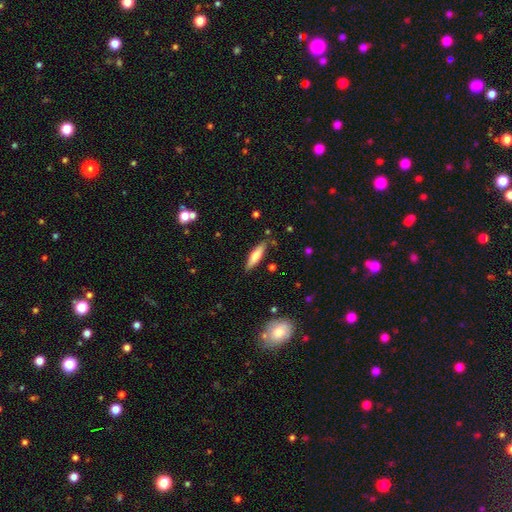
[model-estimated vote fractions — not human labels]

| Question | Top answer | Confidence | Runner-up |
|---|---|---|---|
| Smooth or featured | smooth | 68% | featured or disk (25%) |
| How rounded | cigar-shaped | 72% | in between (27%) |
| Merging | none | 84% | minor disturbance (11%) |